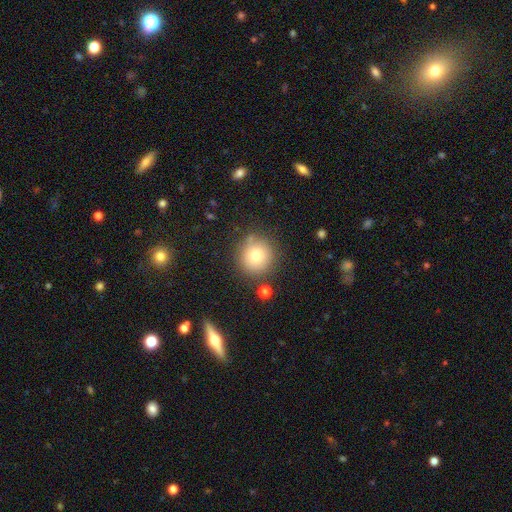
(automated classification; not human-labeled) This appears to be a smooth galaxy with no disk features (76%) that is round (93%). Merging: none (82%).